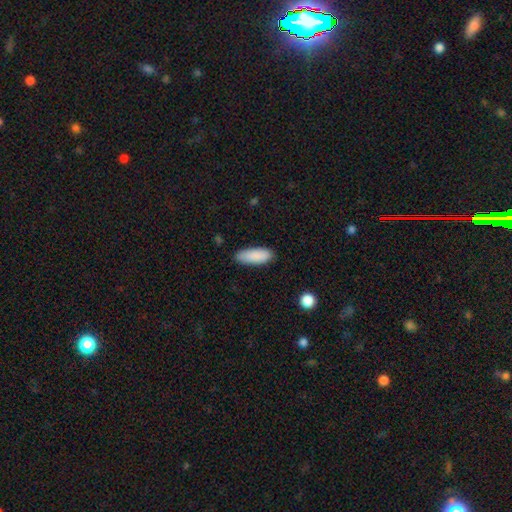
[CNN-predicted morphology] Q: Smooth or featured?
A: smooth (89%); runner-up: star or artifact (6%)
Q: How rounded?
A: in between (72%); runner-up: cigar-shaped (26%)
Q: Merging?
A: none (84%); runner-up: minor disturbance (13%)